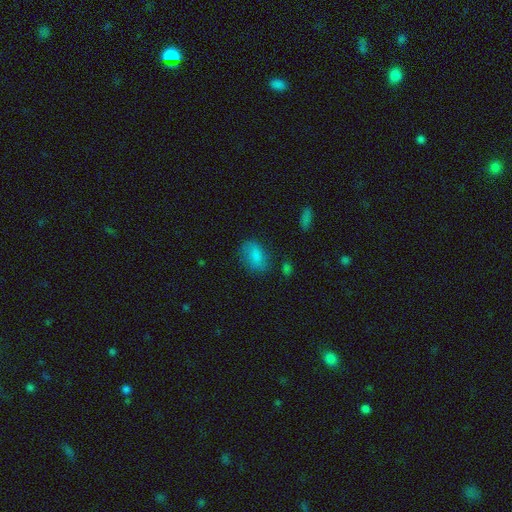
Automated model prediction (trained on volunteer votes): Smooth or featured?
  - smooth: 77% *
  - featured or disk: 13%
  - star or artifact: 10%
How rounded?
  - in between: 80% *
  - round: 17%
  - cigar-shaped: 2%
Merging?
  - none: 66% *
  - minor disturbance: 22%
  - major disturbance: 8%
  - merger: 3%